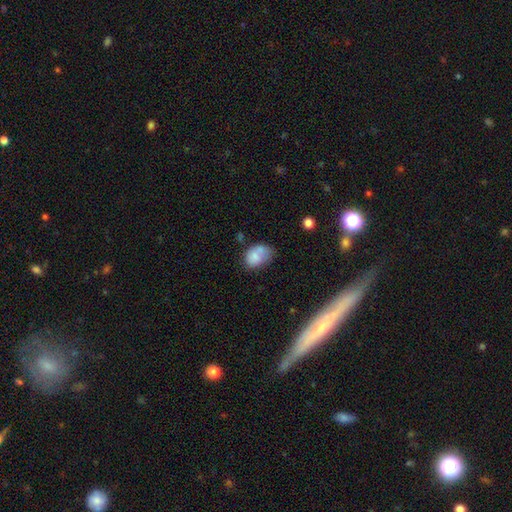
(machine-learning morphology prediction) smooth_or_featured: smooth (p=0.75) [alt: featured or disk p=0.17]
how_rounded: in between (p=0.75) [alt: round p=0.24]
merging: none (p=0.34) [alt: minor disturbance p=0.28]